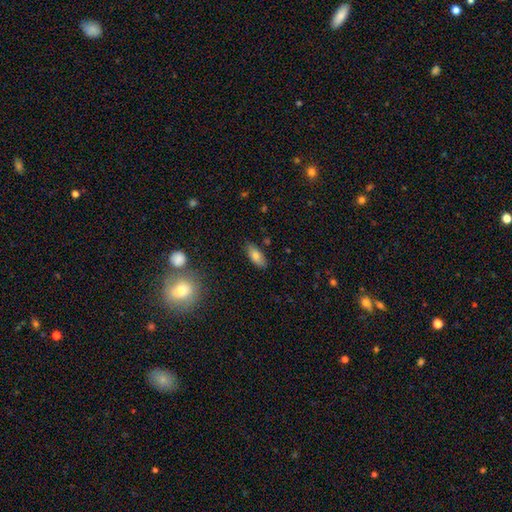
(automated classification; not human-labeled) smooth 78%, featured or disk 14%, star or artifact 8%. Down the decision tree: how rounded — in between (85%); merging — none (84%).